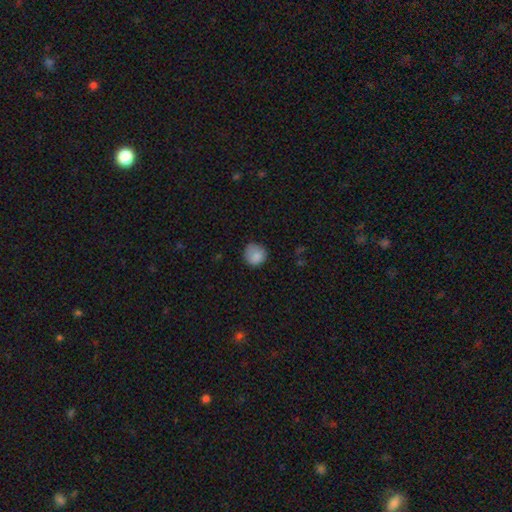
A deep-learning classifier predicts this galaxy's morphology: This is clearly a smooth galaxy (85%). How rounded: clearly round (87%). Merging: likely none (69%).